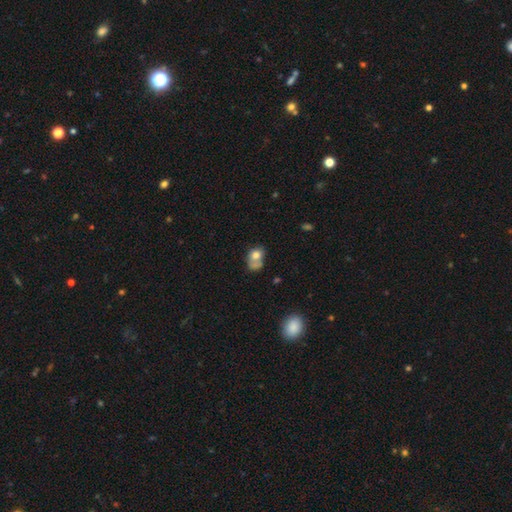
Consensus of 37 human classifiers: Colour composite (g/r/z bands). It shows a smooth galaxy with no disk features (78%) that is round (52%). Merging: merger (44%).